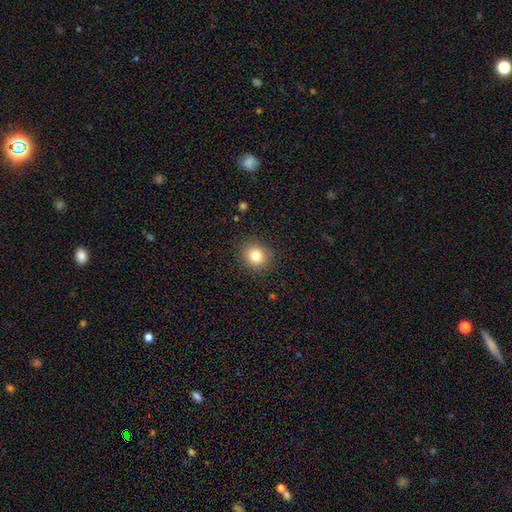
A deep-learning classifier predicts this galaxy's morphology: Smooth or featured? smooth (81%)
How rounded? round (80%)
Merging? none (89%)